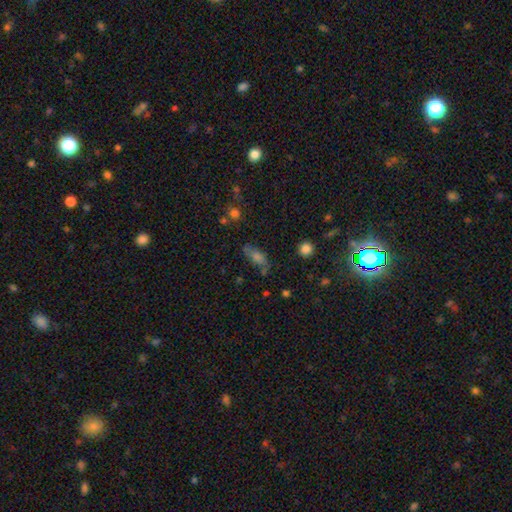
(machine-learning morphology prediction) A smooth galaxy with no disk features (54%) that is in between round and cigar-shaped (65%).

Vote fractions:
- Smooth or featured? smooth: 54% / featured or disk: 27% / star or artifact: 18%
- How rounded? in between: 65% / cigar-shaped: 27% / round: 8%
- Merging? none: 63% / minor disturbance: 22% / major disturbance: 9% / merger: 5%